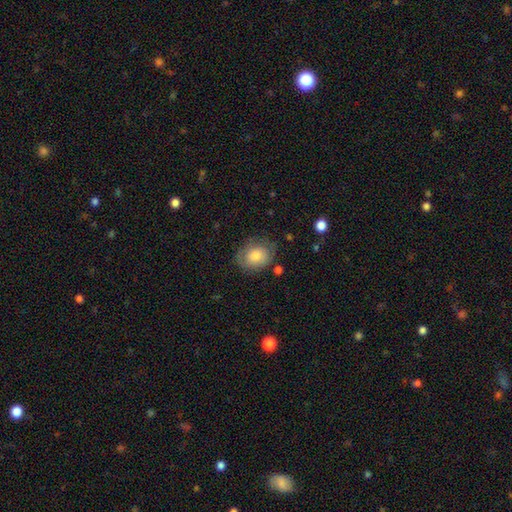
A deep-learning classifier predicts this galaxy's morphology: Smooth or featured?
  - smooth: 73% *
  - featured or disk: 19%
  - star or artifact: 8%
How rounded?
  - in between: 53% *
  - round: 46%
  - cigar-shaped: 1%
Merging?
  - none: 70% *
  - minor disturbance: 21%
  - major disturbance: 7%
  - merger: 2%